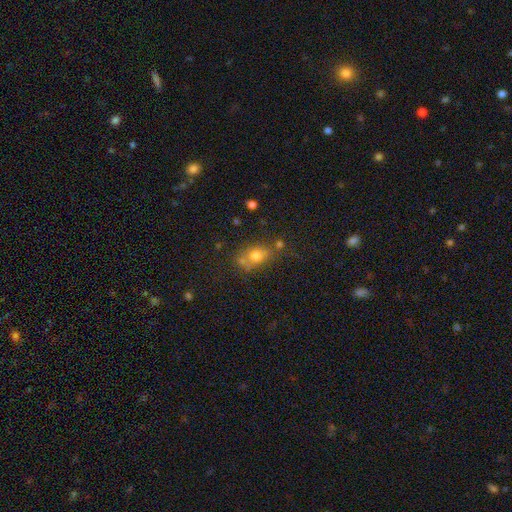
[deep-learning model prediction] Smooth or featured?
  - smooth: 70% *
  - featured or disk: 15%
  - star or artifact: 15%
How rounded?
  - in between: 58% *
  - round: 39%
  - cigar-shaped: 3%
Merging?
  - none: 51% *
  - merger: 22%
  - minor disturbance: 19%
  - major disturbance: 8%